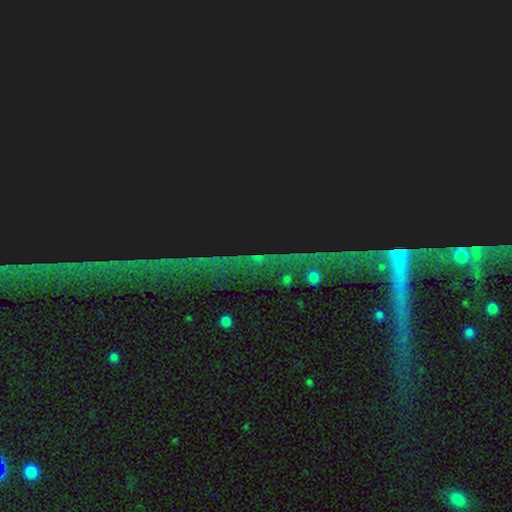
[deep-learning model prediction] This is clearly a star or artifact rather than a galaxy (82%).